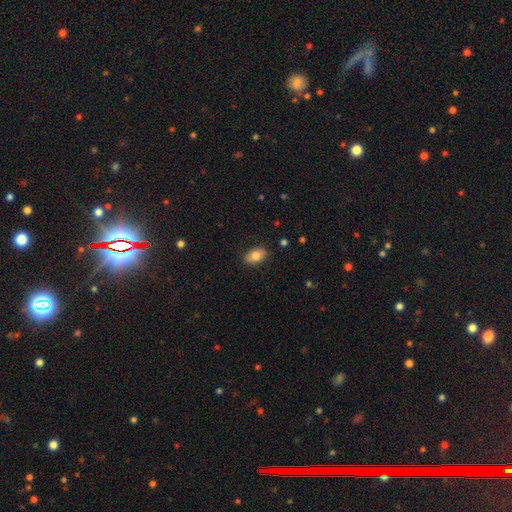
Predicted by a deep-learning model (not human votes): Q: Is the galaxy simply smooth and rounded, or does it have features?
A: smooth — 79%.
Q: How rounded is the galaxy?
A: in between — 89%.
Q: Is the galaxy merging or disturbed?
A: none — 86%.